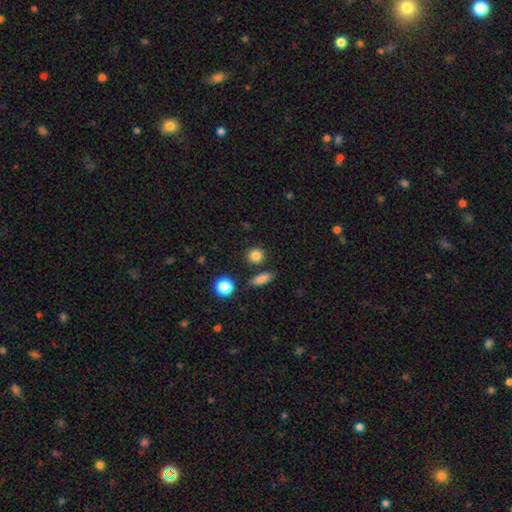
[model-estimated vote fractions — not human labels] The model was most divided on "how rounded": round: 82%, in between: 16%, cigar-shaped: 2%. More confident: smooth or featured — smooth (84%); merging — none (83%).